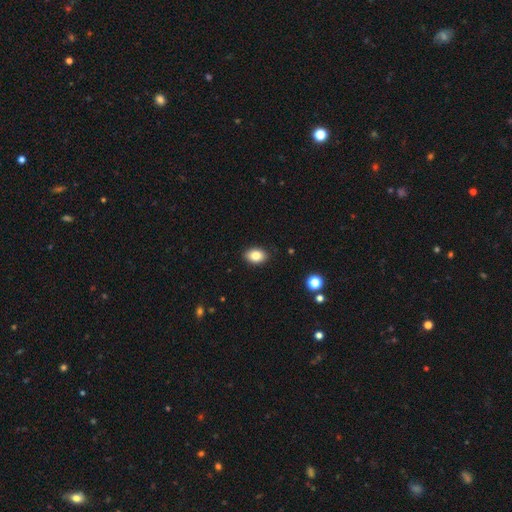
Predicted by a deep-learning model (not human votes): A smooth galaxy with no disk features (84%) that is in between round and cigar-shaped (82%).

Vote fractions:
- Smooth or featured? smooth: 84% / star or artifact: 9% / featured or disk: 7%
- How rounded? in between: 82% / round: 17% / cigar-shaped: 1%
- Merging? none: 89% / minor disturbance: 8% / major disturbance: 2% / merger: 1%